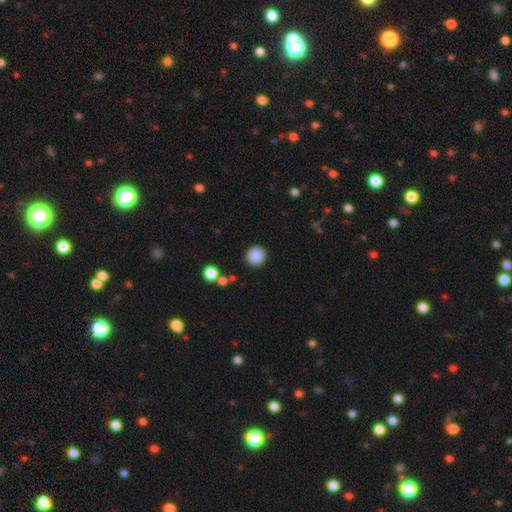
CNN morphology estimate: Smooth or featured? Predicted: smooth (p=0.88). How rounded? Predicted: round (p=0.91). Merging? Predicted: none (p=0.90).